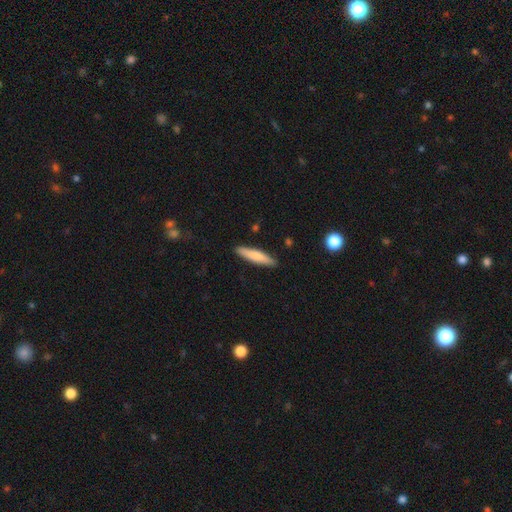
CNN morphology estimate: Q: Smooth or featured?
A: smooth (73%); runner-up: featured or disk (21%)
Q: How rounded?
A: cigar-shaped (84%); runner-up: in between (15%)
Q: Merging?
A: none (89%); runner-up: minor disturbance (8%)